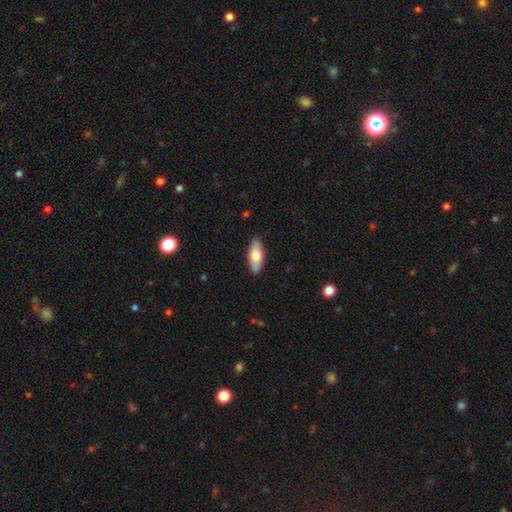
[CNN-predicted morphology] Q: Smooth or featured?
A: smooth (76%); runner-up: featured or disk (19%)
Q: How rounded?
A: in between (81%); runner-up: cigar-shaped (17%)
Q: Merging?
A: none (87%); runner-up: minor disturbance (10%)